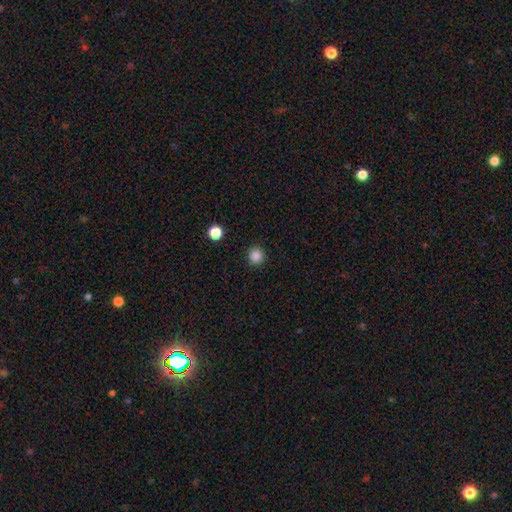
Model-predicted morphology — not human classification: Q: Smooth or featured?
A: smooth (85%); runner-up: star or artifact (12%)
Q: How rounded?
A: round (94%); runner-up: in between (5%)
Q: Merging?
A: none (92%); runner-up: minor disturbance (5%)